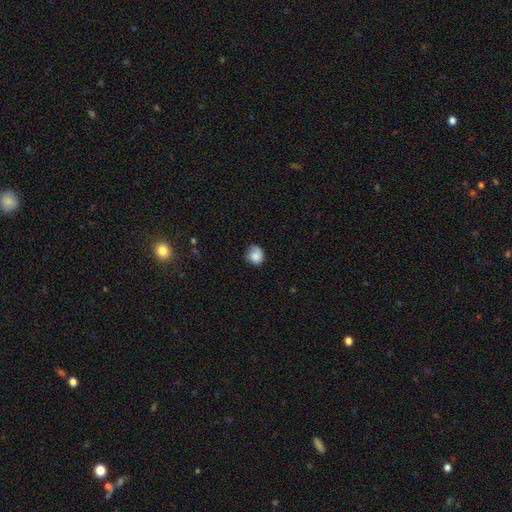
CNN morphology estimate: Smooth or featured: smooth — 80% (featured or disk — 12%)
How rounded: round — 74% (in between — 25%)
Merging: none — 61% (minor disturbance — 28%)